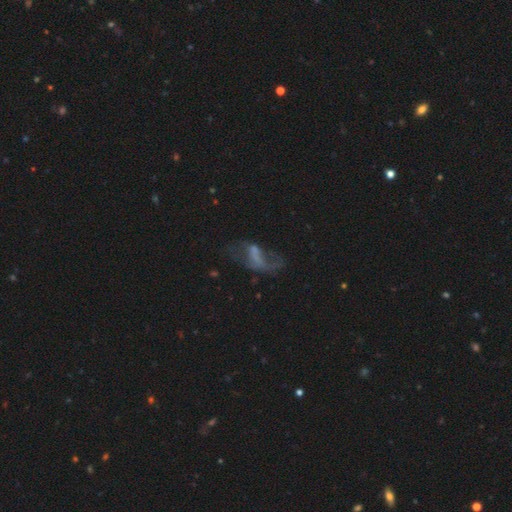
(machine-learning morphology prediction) Smooth or featured: featured or disk — 53% (smooth — 31%)
Edge-on disk: no — 94% (yes — 6%)
Merging: major disturbance — 45% (none — 31%)